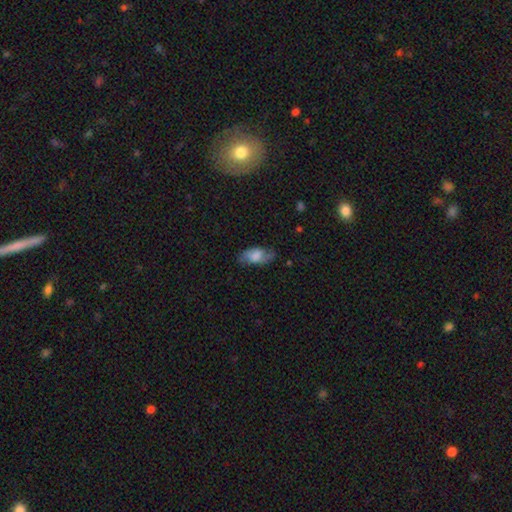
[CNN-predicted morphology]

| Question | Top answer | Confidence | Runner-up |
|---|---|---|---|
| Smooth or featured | smooth | 58% | featured or disk (34%) |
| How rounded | in between | 90% | cigar-shaped (6%) |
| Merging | none | 67% | minor disturbance (23%) |